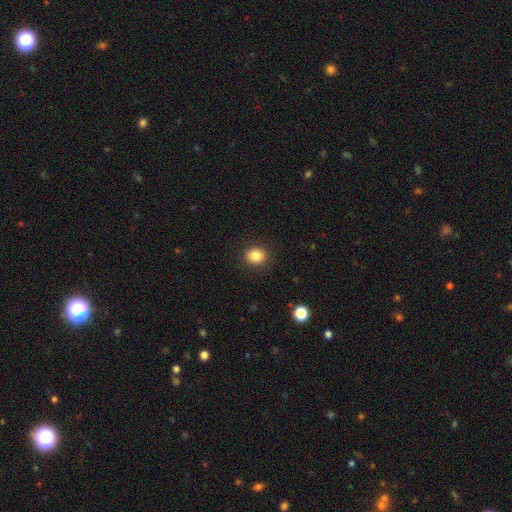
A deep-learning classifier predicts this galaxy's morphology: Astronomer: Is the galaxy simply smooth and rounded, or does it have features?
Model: smooth — 84%.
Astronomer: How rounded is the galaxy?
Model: round — 79%.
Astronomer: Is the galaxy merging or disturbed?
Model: none — 90%.